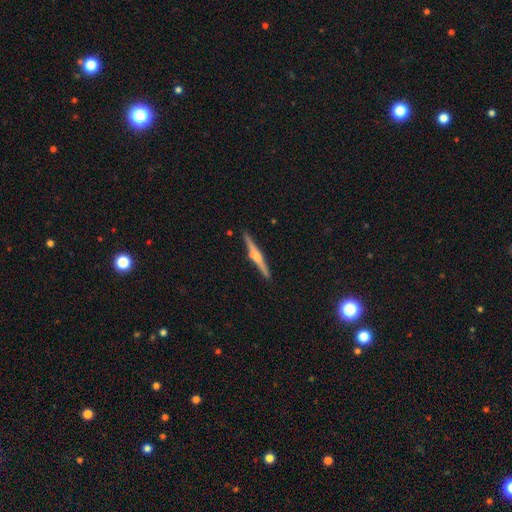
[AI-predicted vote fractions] Smooth or featured? featured or disk (68%)
Edge-on disk? yes (98%)
Edge-on bulge? rounded (78%)
Merging? none (87%)